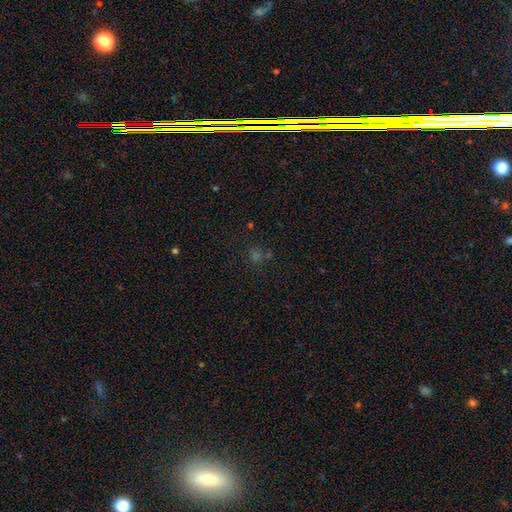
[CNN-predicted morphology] Smooth or featured: star or artifact — 45% (tied with smooth — 45%)